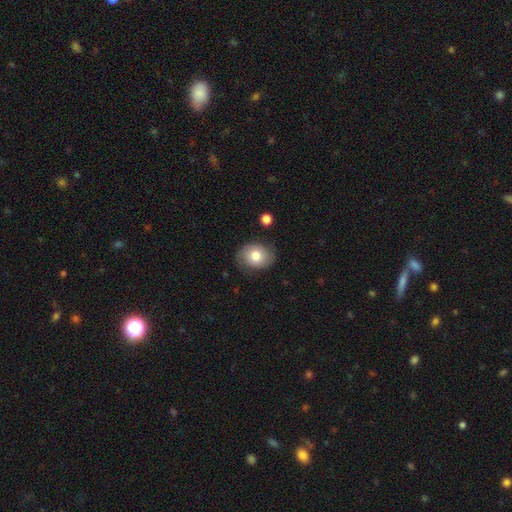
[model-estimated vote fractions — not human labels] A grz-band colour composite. It shows a smooth galaxy with no disk features (76%) that is in between round and cigar-shaped (53%). Merging: none (78%).